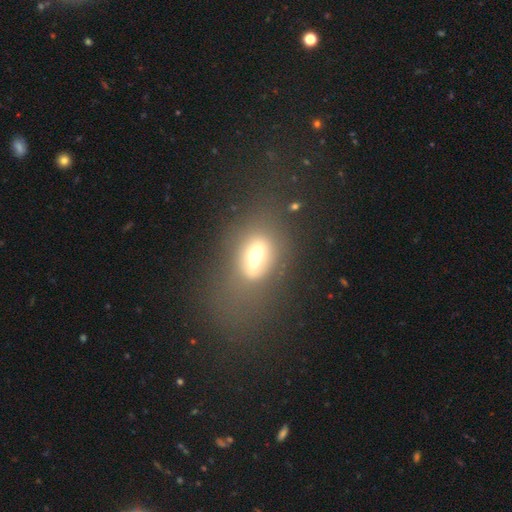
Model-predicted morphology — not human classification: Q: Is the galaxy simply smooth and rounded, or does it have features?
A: featured or disk — 41%.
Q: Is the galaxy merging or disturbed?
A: none — 36%.